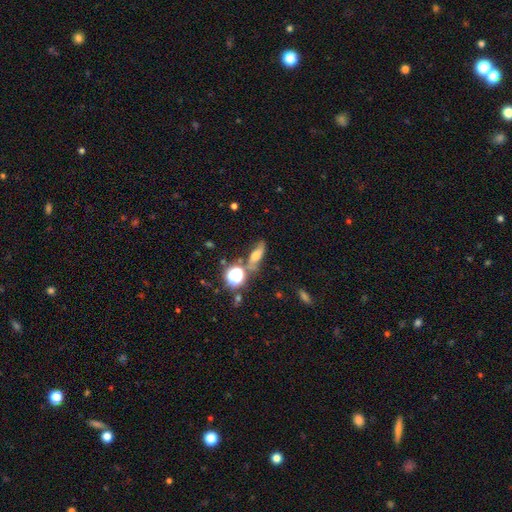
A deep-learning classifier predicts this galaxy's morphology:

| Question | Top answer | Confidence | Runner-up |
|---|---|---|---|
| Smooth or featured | smooth | 42% | featured or disk (36%) |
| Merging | none | 62% | minor disturbance (19%) |